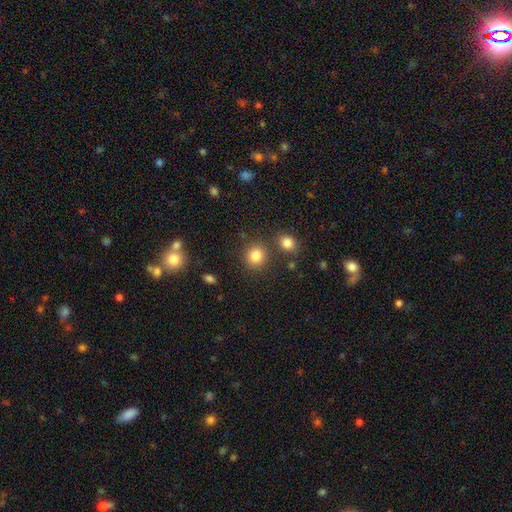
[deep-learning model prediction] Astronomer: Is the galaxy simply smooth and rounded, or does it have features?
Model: smooth — 83%.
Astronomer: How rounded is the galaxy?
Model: round — 87%.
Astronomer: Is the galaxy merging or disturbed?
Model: none — 80%.